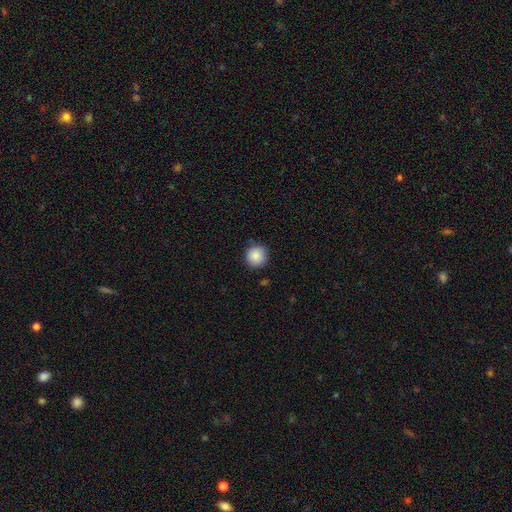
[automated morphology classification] This is clearly a smooth galaxy (88%). How rounded: clearly round (94%). Merging: clearly none (87%).